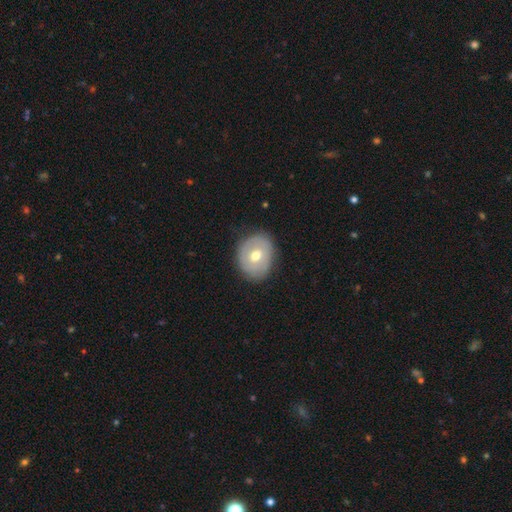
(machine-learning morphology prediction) Smooth or featured: smooth — 48% (featured or disk — 45%)
Merging: none — 80% (minor disturbance — 15%)